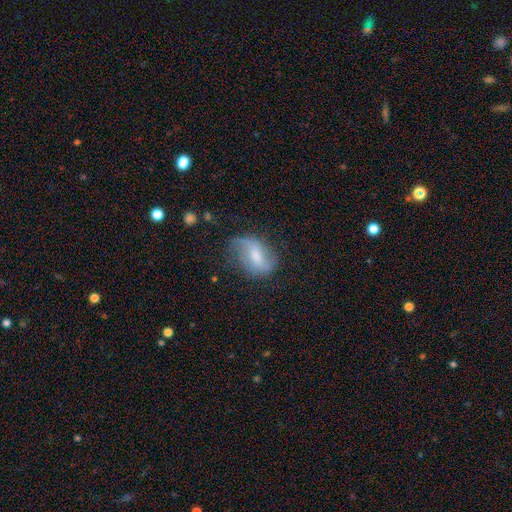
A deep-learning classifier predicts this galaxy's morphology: Smooth or featured? Predicted: featured or disk (p=0.58). Edge-on disk? Predicted: no (p=0.95). Bar? Predicted: weak (p=0.50). Spiral arms? Predicted: yes (p=0.85). Bulge size? Predicted: moderate (p=0.47). Merging? Predicted: none (p=0.57).